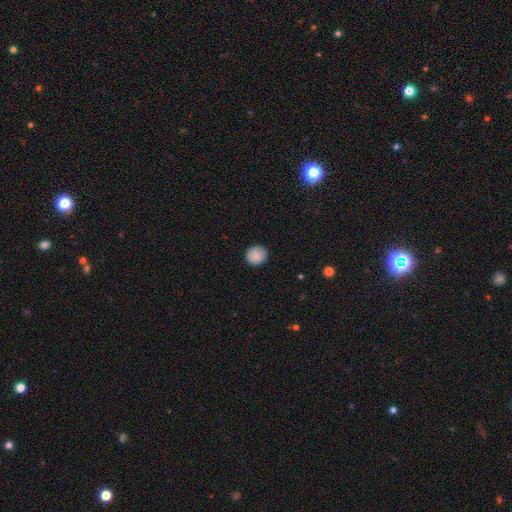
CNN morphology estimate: Overall: smooth (88%). How rounded: round (88%). Merging: none (89%).